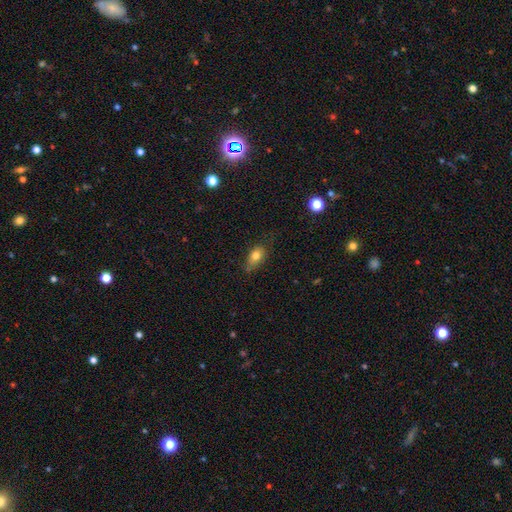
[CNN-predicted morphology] Smooth or featured?
  - smooth: 78% *
  - featured or disk: 13%
  - star or artifact: 9%
How rounded?
  - in between: 82% *
  - round: 13%
  - cigar-shaped: 5%
Merging?
  - none: 64% *
  - minor disturbance: 27%
  - major disturbance: 6%
  - merger: 2%